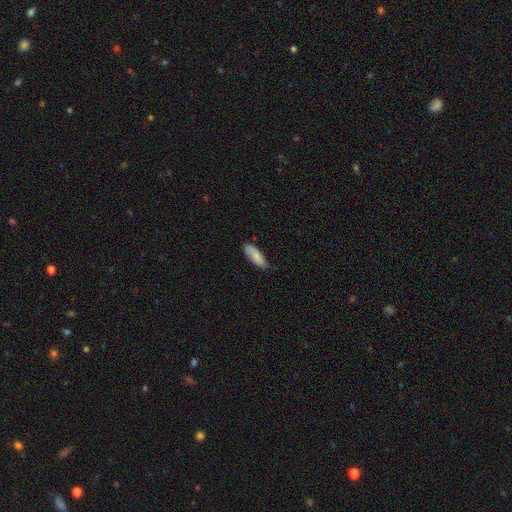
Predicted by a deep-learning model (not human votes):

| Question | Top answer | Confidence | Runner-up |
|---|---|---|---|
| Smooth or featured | smooth | 80% | featured or disk (14%) |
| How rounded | in between | 68% | cigar-shaped (30%) |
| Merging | none | 68% | minor disturbance (27%) |